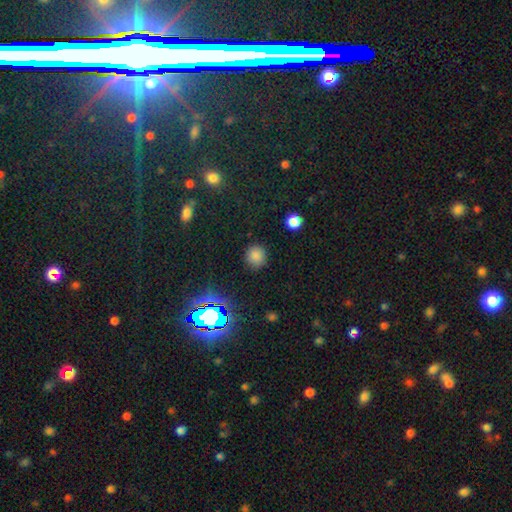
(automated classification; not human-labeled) smooth-or-featured: smooth: 79% | star or artifact: 17% | featured or disk: 5%
  how-rounded: round: 91% | in between: 8% | cigar-shaped: 1%
  merging: none: 88% | minor disturbance: 8% | major disturbance: 3% | merger: 1%